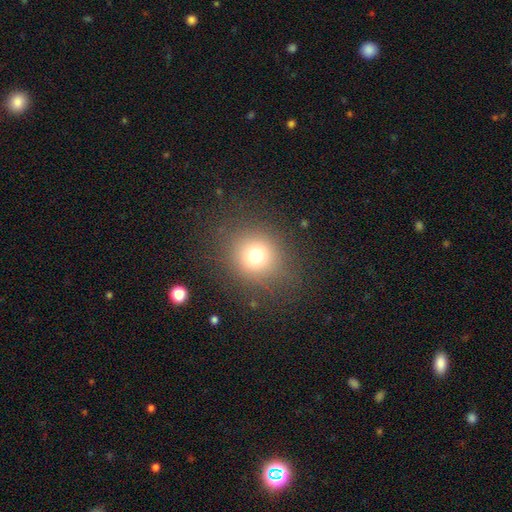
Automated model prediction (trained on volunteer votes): This is likely a smooth galaxy (71%). How rounded: clearly round (87%). Merging: clearly none (84%).